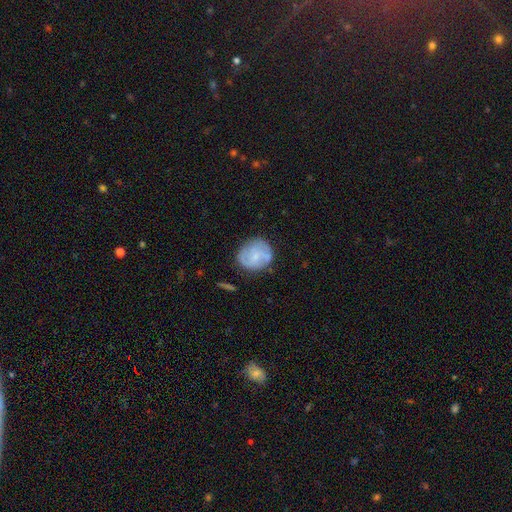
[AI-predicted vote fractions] smooth_or_featured: smooth (p=0.47) [alt: featured or disk p=0.46]
merging: none (p=0.70) [alt: minor disturbance p=0.20]